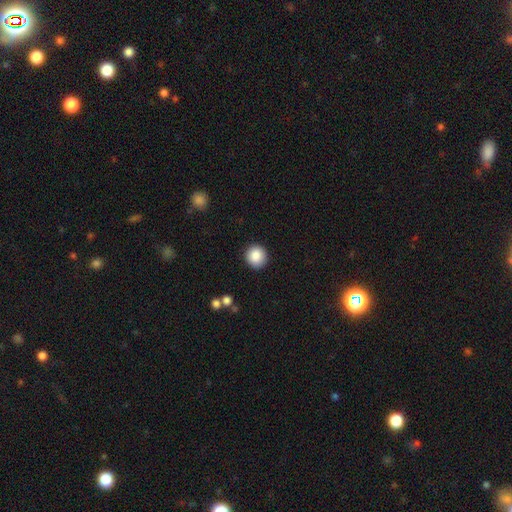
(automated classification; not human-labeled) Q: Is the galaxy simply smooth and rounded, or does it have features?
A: smooth — 88%.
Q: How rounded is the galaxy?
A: round — 93%.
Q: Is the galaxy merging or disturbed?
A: none — 91%.